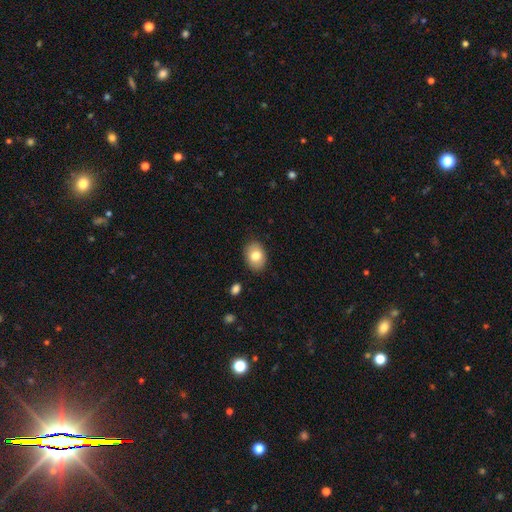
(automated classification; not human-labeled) This appears to be a smooth galaxy with no disk features (79%) that is in between round and cigar-shaped (74%). Merging: none (87%).